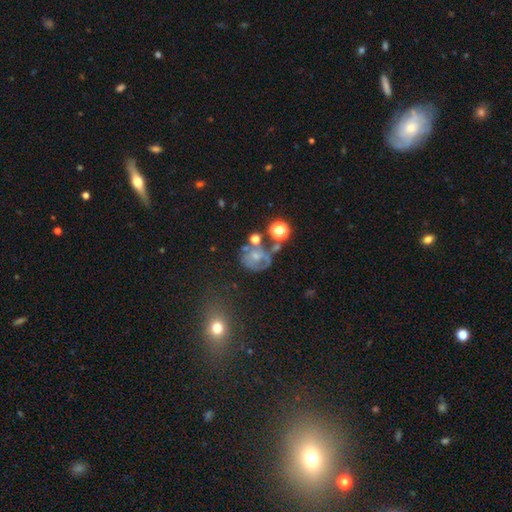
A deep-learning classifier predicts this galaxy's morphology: smooth_or_featured: featured or disk (p=0.42) [alt: smooth p=0.40]
merging: none (p=0.34) [alt: major disturbance p=0.27]